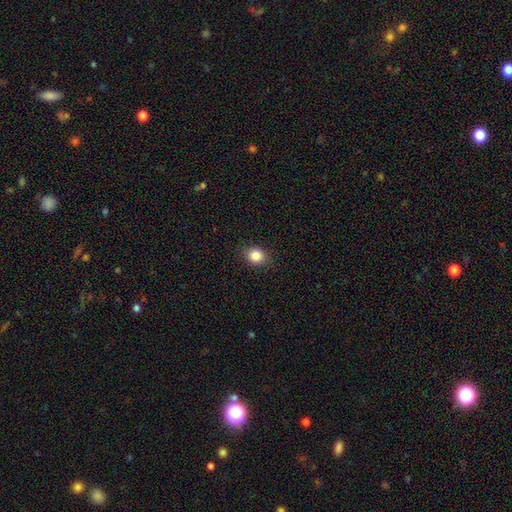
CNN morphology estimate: This is clearly a smooth galaxy (85%). How rounded: likely round (65%). Merging: clearly none (88%).